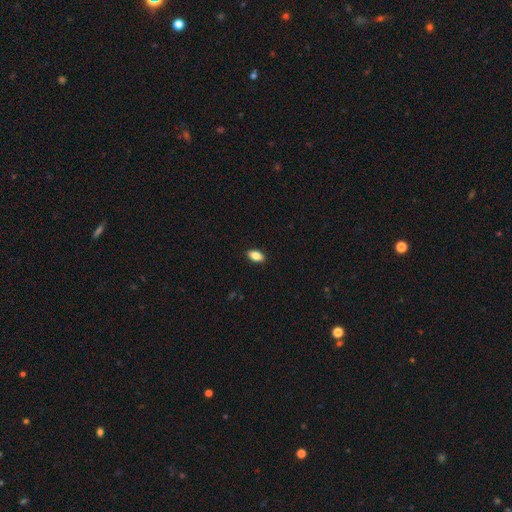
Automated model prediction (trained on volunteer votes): Q: Smooth or featured?
A: smooth (84%); runner-up: star or artifact (8%)
Q: How rounded?
A: in between (90%); runner-up: round (5%)
Q: Merging?
A: none (89%); runner-up: minor disturbance (8%)